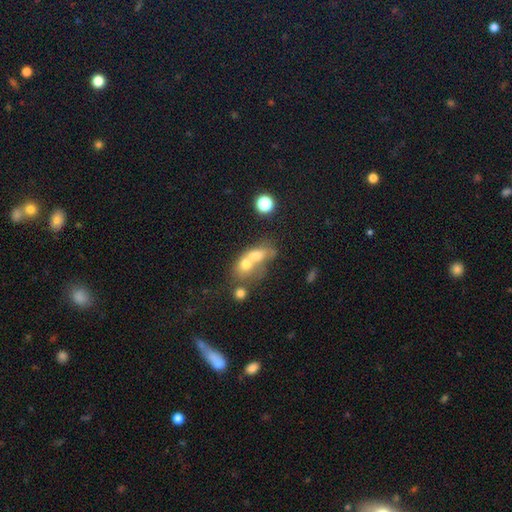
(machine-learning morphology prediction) Smooth or featured? Predicted: smooth (p=0.63). How rounded? Predicted: in between (p=0.60). Merging? Predicted: merger (p=0.70).